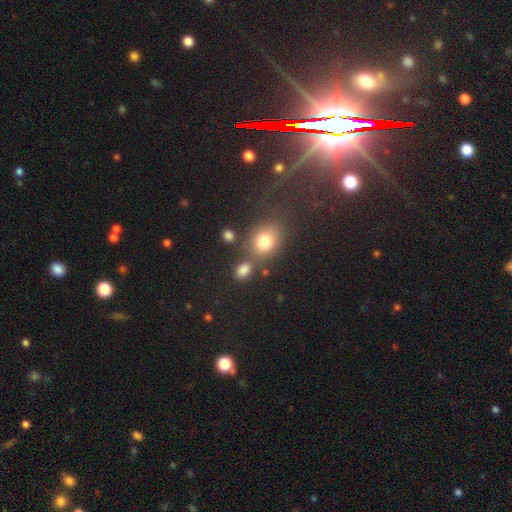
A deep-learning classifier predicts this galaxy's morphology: type=star or artifact (66%).